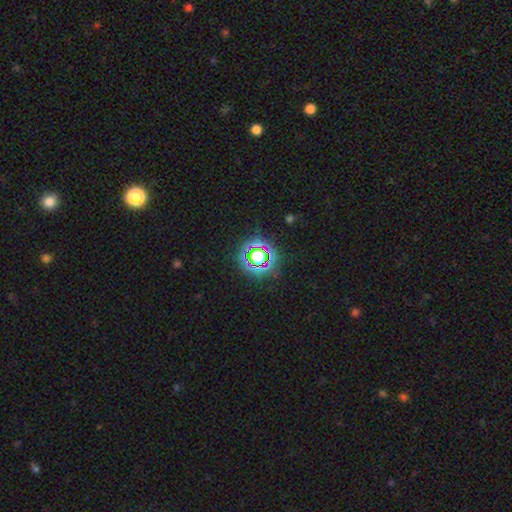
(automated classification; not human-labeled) Smooth or featured? star or artifact (66%)